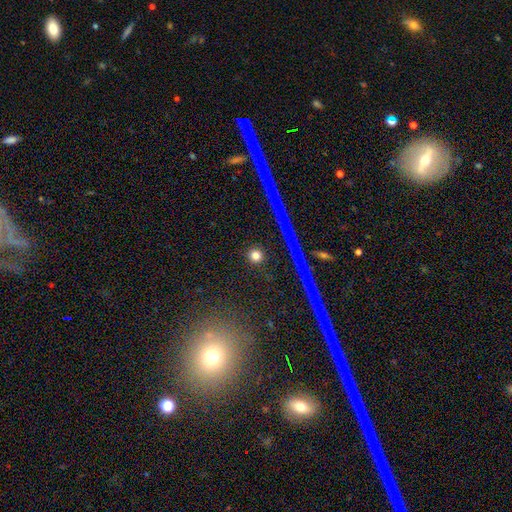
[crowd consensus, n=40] Volunteers were most divided on "smooth or featured": smooth: 88%, star or artifact: 8%, featured or disk: 5%. More confident: how rounded — round (100%); merging — none (97%).